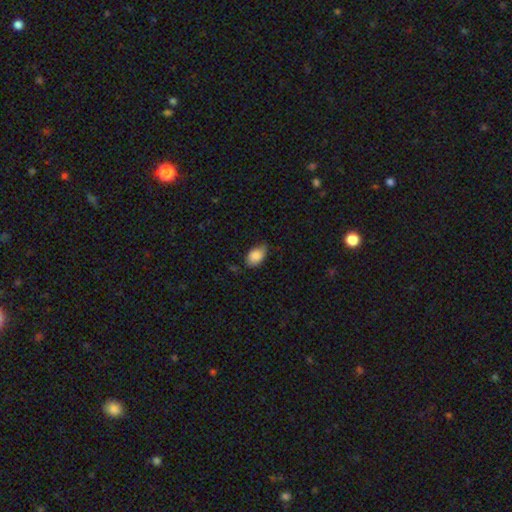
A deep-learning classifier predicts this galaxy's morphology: This is clearly a smooth galaxy (87%). How rounded: clearly in between (87%). Merging: likely none (64%).